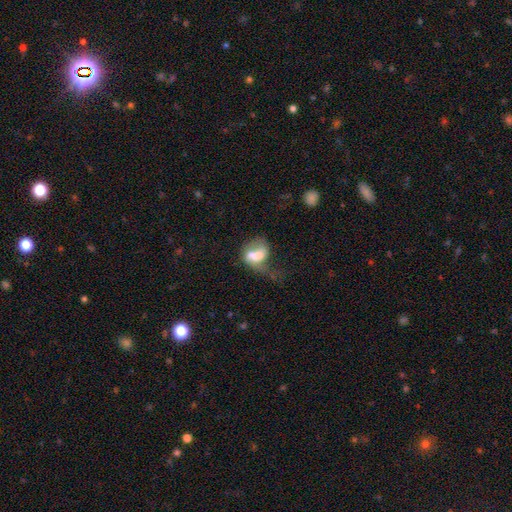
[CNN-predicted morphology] A smooth galaxy with no disk features (52%) that is in between round and cigar-shaped (72%).

Vote fractions:
- Smooth or featured? smooth: 52% / featured or disk: 39% / star or artifact: 9%
- How rounded? in between: 72% / round: 25% / cigar-shaped: 3%
- Merging? major disturbance: 46% / merger: 22% / minor disturbance: 17% / none: 16%